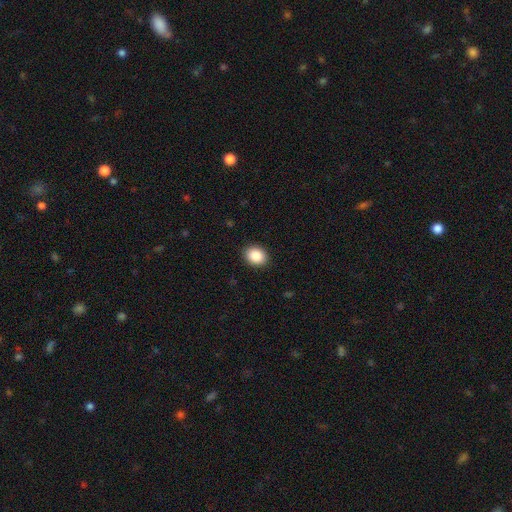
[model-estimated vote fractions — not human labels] Smooth or featured: smooth — 88% (star or artifact — 8%)
How rounded: in between — 53% (round — 46%)
Merging: none — 90% (minor disturbance — 7%)